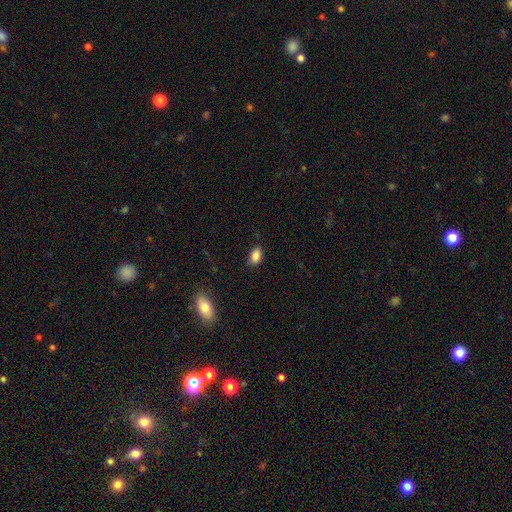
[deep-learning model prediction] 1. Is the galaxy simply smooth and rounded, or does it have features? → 86% smooth, 9% star or artifact, 5% featured or disk.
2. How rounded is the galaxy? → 87% in between, 11% round, 2% cigar-shaped.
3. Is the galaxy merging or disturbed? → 80% none, 16% minor disturbance, 3% major disturbance, 1% merger.